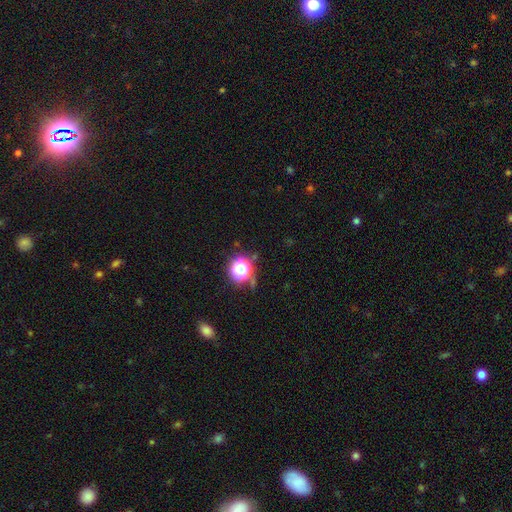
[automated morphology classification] Overall: star or artifact (68%).